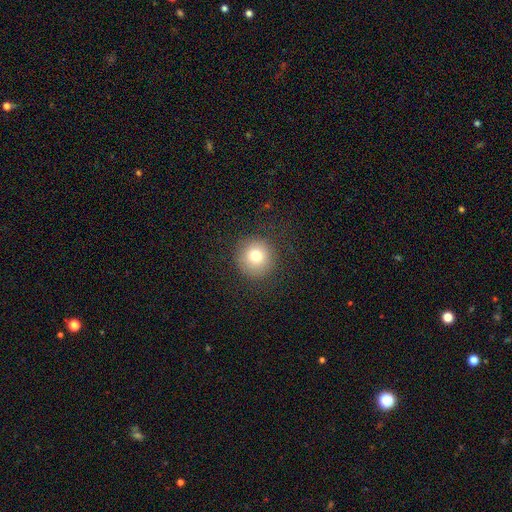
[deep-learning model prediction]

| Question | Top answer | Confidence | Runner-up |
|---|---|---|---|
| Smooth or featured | smooth | 77% | star or artifact (12%) |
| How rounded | round | 95% | in between (4%) |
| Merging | none | 87% | minor disturbance (8%) |